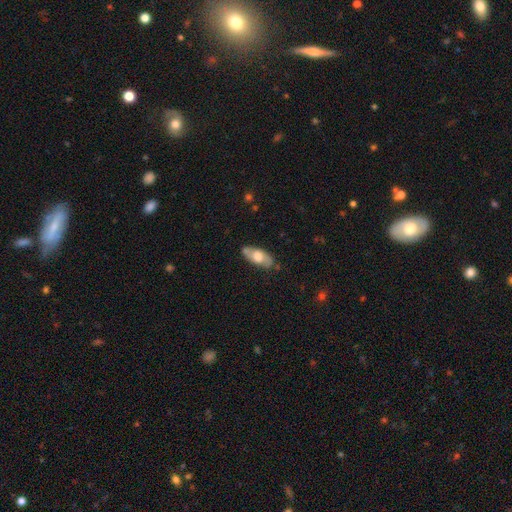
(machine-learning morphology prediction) Smooth or featured?
  - smooth: 54% *
  - featured or disk: 40%
  - star or artifact: 6%
How rounded?
  - in between: 83% *
  - cigar-shaped: 14%
  - round: 3%
Merging?
  - none: 76% *
  - minor disturbance: 18%
  - major disturbance: 4%
  - merger: 3%